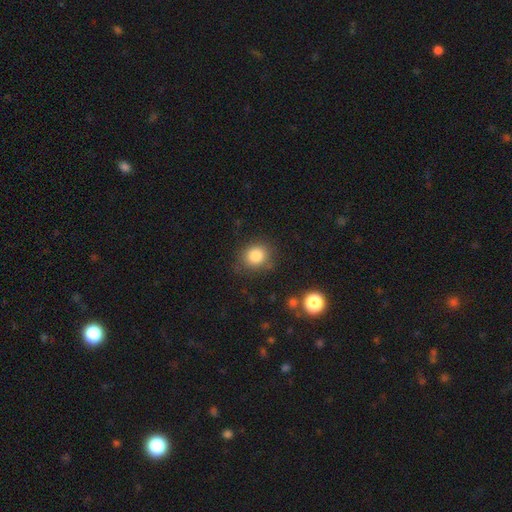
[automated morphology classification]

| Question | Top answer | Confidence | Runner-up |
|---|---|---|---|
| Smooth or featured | smooth | 84% | star or artifact (10%) |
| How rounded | round | 78% | in between (21%) |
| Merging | none | 80% | minor disturbance (13%) |